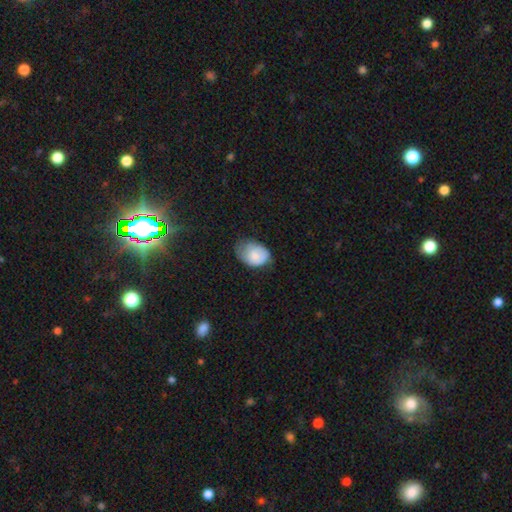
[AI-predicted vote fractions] Smooth or featured? Predicted: smooth (p=0.75). How rounded? Predicted: in between (p=0.72). Merging? Predicted: minor disturbance (p=0.46).